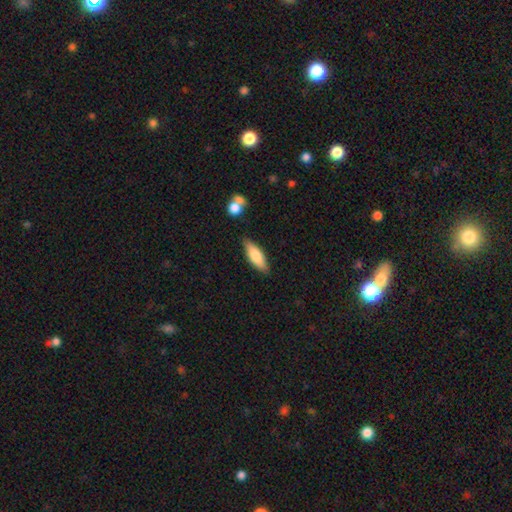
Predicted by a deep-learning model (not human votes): Smooth or featured?
  - smooth: 76% *
  - featured or disk: 18%
  - star or artifact: 6%
How rounded?
  - in between: 59% *
  - cigar-shaped: 39%
  - round: 2%
Merging?
  - none: 82% *
  - minor disturbance: 12%
  - merger: 3%
  - major disturbance: 2%